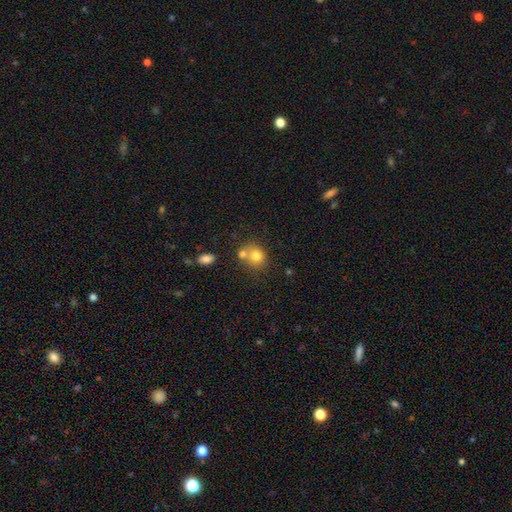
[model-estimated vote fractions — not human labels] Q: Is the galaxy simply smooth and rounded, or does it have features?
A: smooth — 76%.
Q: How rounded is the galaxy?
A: round — 71%.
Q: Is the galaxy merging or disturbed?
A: none — 49%.